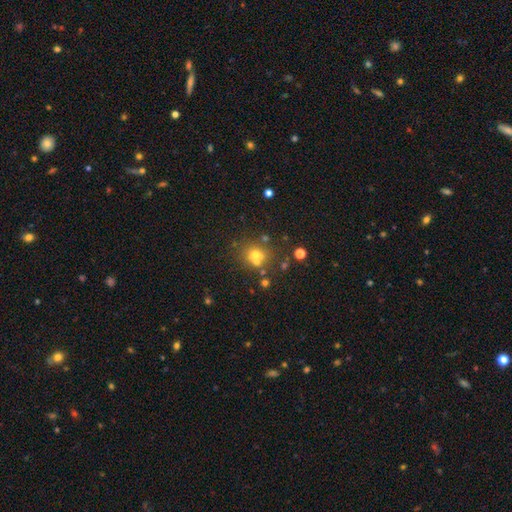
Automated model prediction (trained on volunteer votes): This appears to be a smooth galaxy with no disk features (60%) that is round (82%). Merging: none (56%).